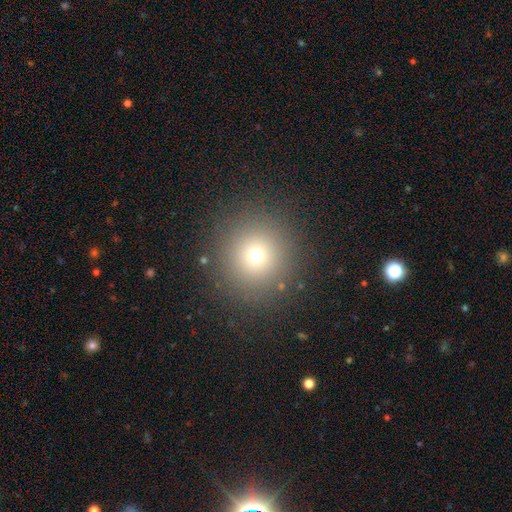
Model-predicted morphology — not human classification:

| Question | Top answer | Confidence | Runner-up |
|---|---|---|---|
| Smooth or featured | smooth | 70% | star or artifact (20%) |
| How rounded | round | 95% | in between (4%) |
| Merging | none | 89% | minor disturbance (6%) |